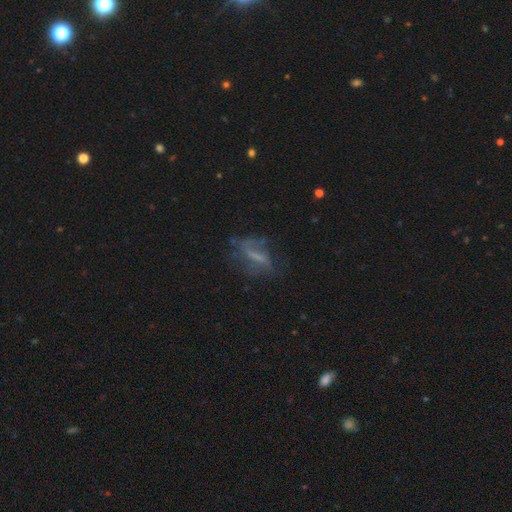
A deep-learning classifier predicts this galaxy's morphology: smooth_or_featured: featured or disk (p=0.56) [alt: smooth p=0.30]
disk_edge_on: no (p=0.84) [alt: yes p=0.16]
merging: none (p=0.51) [alt: minor disturbance p=0.23]